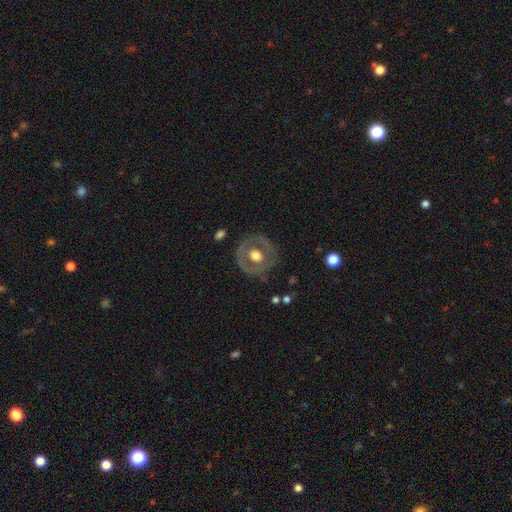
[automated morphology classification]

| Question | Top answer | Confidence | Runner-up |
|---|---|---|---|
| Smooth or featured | featured or disk | 56% | smooth (38%) |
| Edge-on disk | no | 95% | yes (5%) |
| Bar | no | 82% | weak (13%) |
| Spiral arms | no | 85% | yes (15%) |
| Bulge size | moderate | 55% | large (38%) |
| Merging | none | 77% | minor disturbance (15%) |